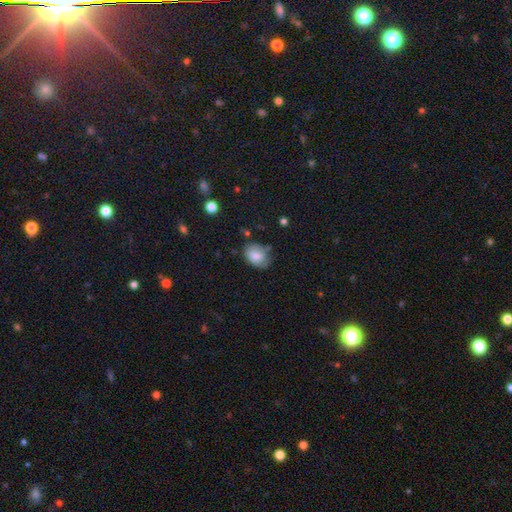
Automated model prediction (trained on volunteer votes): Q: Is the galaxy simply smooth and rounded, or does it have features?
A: smooth — 80%.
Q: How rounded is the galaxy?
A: in between — 74%.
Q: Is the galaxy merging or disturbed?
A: none — 63%.